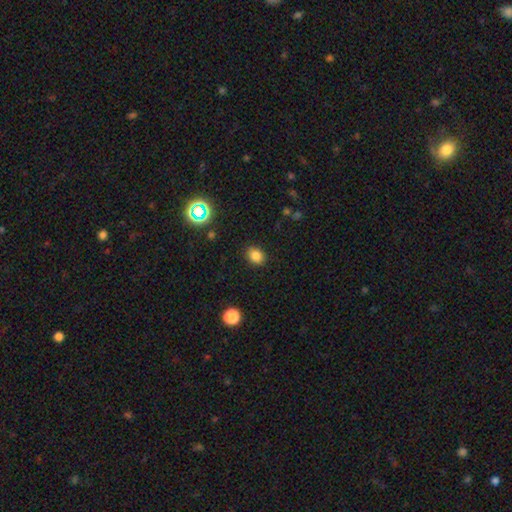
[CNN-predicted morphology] smooth_or_featured: smooth (p=0.82) [alt: star or artifact p=0.14]
how_rounded: in between (p=0.56) [alt: round p=0.43]
merging: none (p=0.87) [alt: minor disturbance p=0.09]